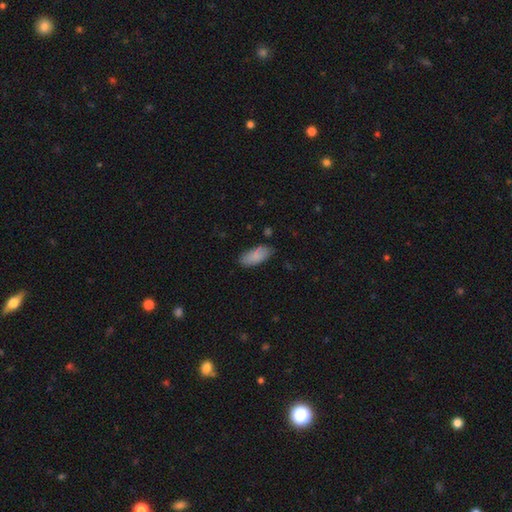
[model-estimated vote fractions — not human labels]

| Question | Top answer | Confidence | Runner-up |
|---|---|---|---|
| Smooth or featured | smooth | 85% | featured or disk (8%) |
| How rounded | in between | 88% | cigar-shaped (11%) |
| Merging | none | 78% | minor disturbance (17%) |